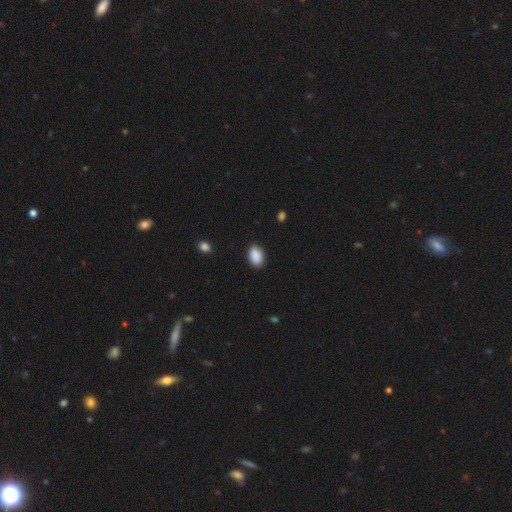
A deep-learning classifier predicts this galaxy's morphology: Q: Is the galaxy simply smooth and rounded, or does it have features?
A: smooth — 90%.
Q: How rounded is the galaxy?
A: in between — 87%.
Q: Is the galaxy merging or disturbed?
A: none — 88%.